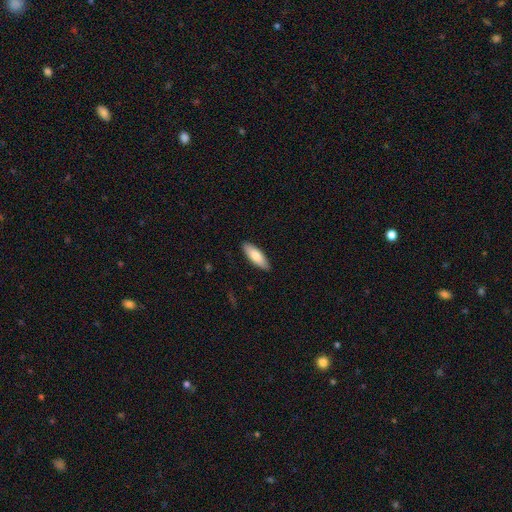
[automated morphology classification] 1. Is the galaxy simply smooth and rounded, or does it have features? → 81% smooth, 14% featured or disk, 5% star or artifact.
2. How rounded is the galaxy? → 63% in between, 35% cigar-shaped, 2% round.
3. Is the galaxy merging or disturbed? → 89% none, 8% minor disturbance, 2% major disturbance, 1% merger.